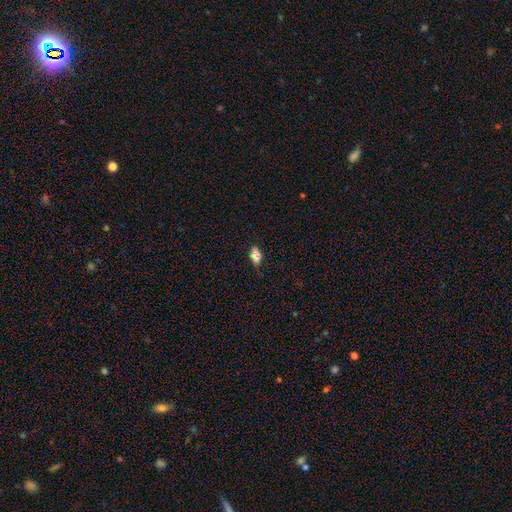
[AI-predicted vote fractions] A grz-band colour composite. It shows a smooth galaxy with no disk features (78%) that is in between round and cigar-shaped (87%). Merging: none (82%).